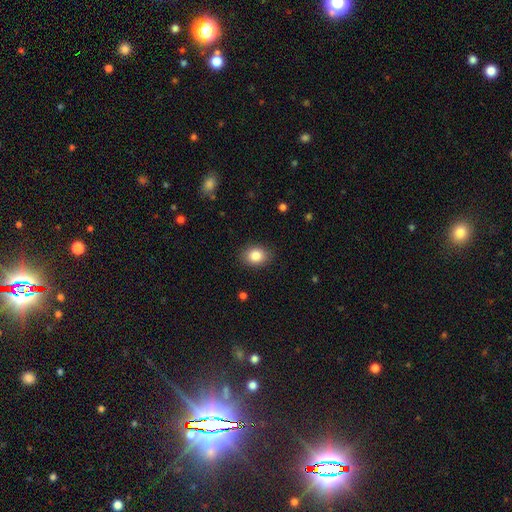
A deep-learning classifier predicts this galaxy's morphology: A smooth galaxy with no disk features (85%) that is in between round and cigar-shaped (55%). Merging: none (87%).